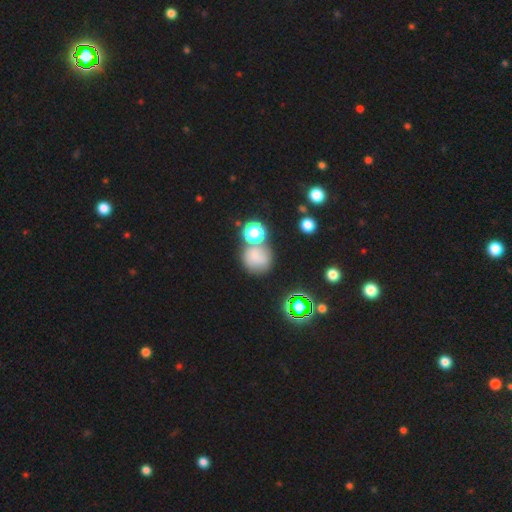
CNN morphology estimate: Overall: smooth (65%). How rounded: round (86%). Merging: none (49%; merger 29%).